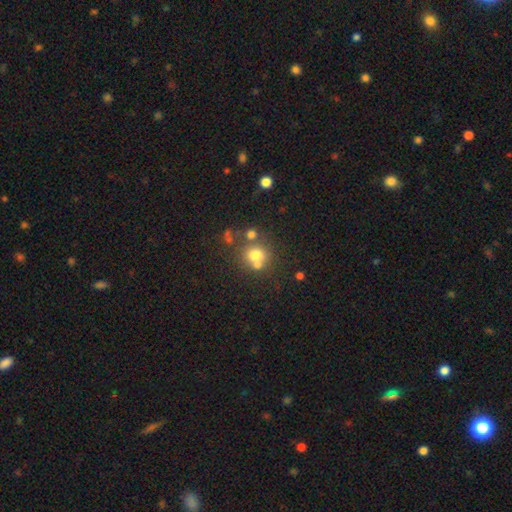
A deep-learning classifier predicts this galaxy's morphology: Smooth or featured?
  - smooth: 70% *
  - star or artifact: 16%
  - featured or disk: 15%
How rounded?
  - round: 80% *
  - in between: 19%
  - cigar-shaped: 1%
Merging?
  - none: 55% *
  - merger: 29%
  - minor disturbance: 10%
  - major disturbance: 5%